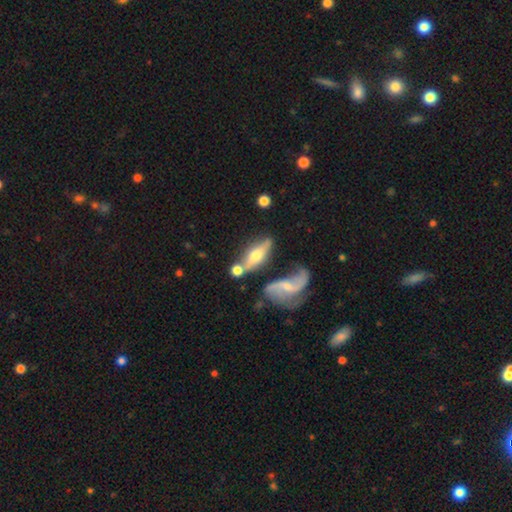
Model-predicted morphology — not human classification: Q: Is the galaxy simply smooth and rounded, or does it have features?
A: featured or disk — 61%.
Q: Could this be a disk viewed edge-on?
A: yes — 71%.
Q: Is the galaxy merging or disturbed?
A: none — 48%.